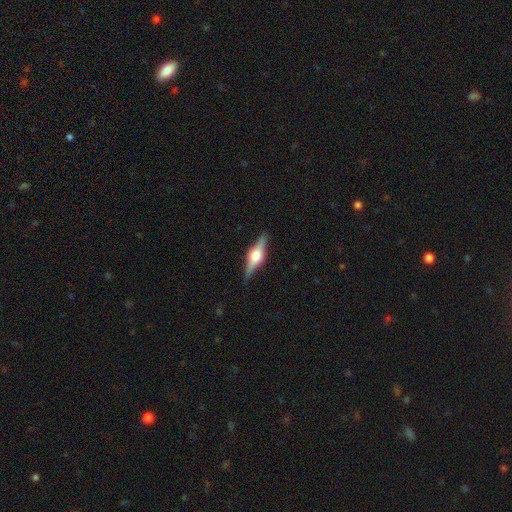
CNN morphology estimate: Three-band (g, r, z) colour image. It shows a featured or disk galaxy (72%) viewed edge-on (97%) with a rounded central bulge (90%). Merging: none (87%).